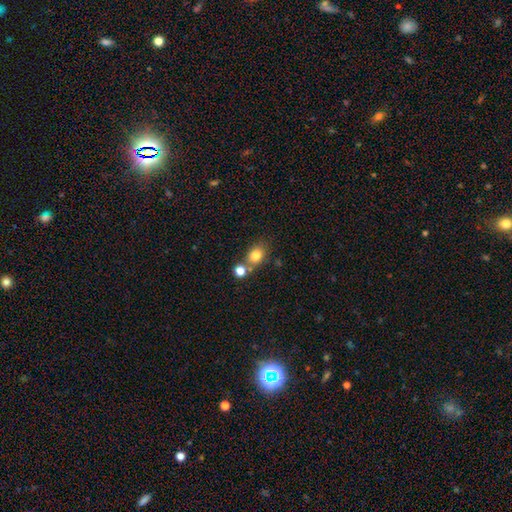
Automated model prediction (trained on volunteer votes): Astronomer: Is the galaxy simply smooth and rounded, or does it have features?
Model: smooth — 78%.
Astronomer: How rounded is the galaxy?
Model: in between — 56% (runner-up: round, 43%).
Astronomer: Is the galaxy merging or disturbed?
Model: none — 58%.